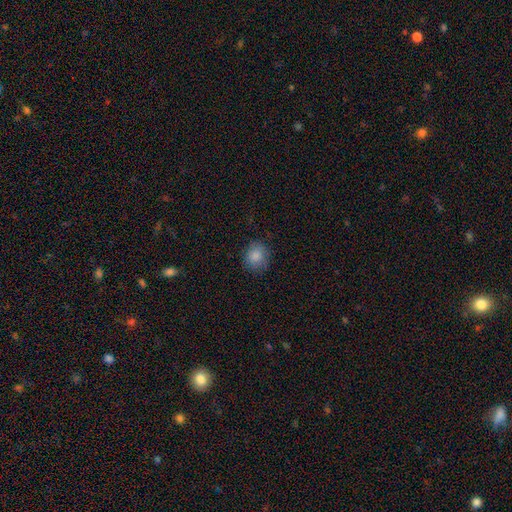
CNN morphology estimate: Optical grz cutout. It shows a smooth galaxy with no disk features (86%) that is round (73%). Merging: none (82%).